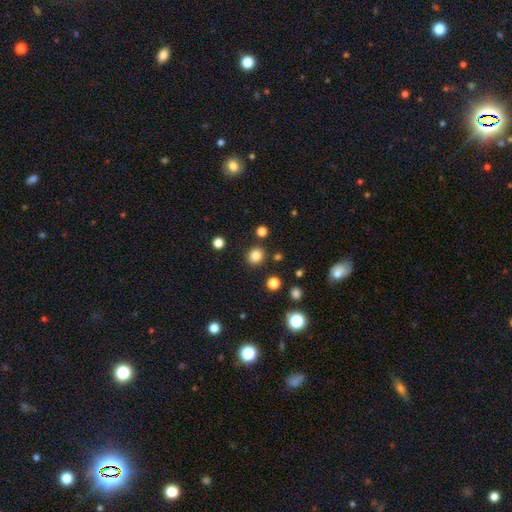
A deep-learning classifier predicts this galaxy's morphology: The model was most divided on "how rounded": round: 83%, in between: 16%, cigar-shaped: 1%. More confident: merging — none (89%); smooth or featured — smooth (83%).